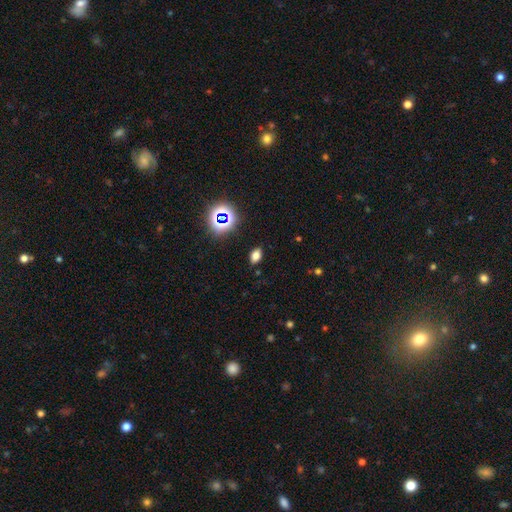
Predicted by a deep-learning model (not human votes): Smooth or featured?
  - smooth: 71% *
  - star or artifact: 21%
  - featured or disk: 8%
How rounded?
  - in between: 85% *
  - round: 13%
  - cigar-shaped: 2%
Merging?
  - none: 87% *
  - minor disturbance: 9%
  - major disturbance: 3%
  - merger: 1%